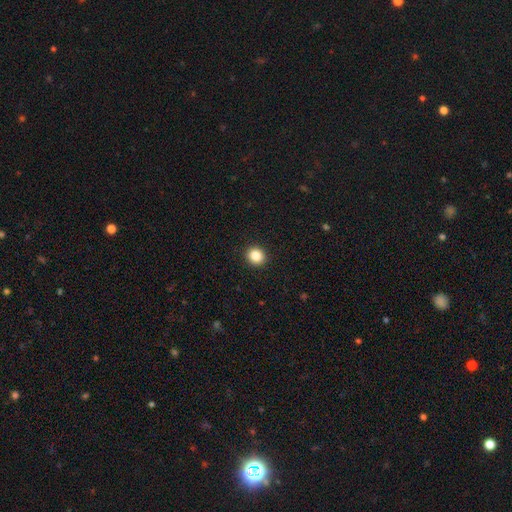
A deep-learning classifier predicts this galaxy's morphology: smooth 85%, star or artifact 10%, featured or disk 5%. Down the decision tree: how rounded — round (90%); merging — none (93%).